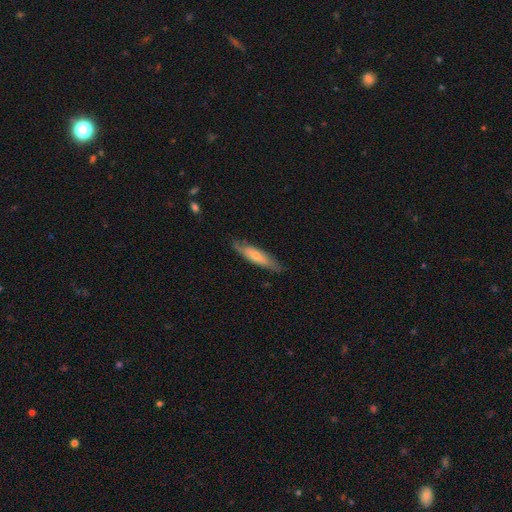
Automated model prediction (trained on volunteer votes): The model was most divided on "smooth or featured": smooth: 56%, featured or disk: 39%, star or artifact: 5%. More confident: merging — none (77%); how rounded — cigar-shaped (74%).